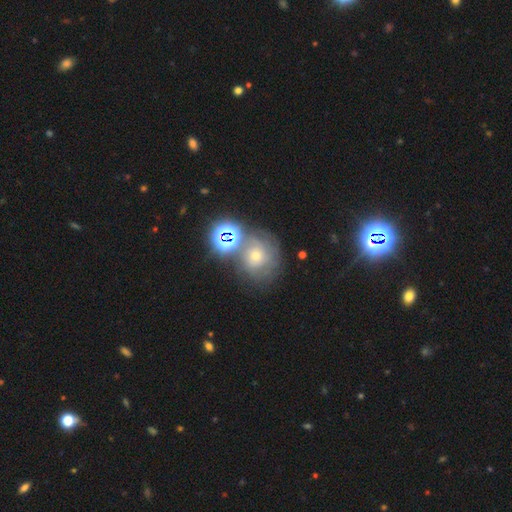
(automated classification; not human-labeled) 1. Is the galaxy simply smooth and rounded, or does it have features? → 36% featured or disk, 35% star or artifact, 29% smooth.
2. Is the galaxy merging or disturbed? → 58% none, 18% merger, 15% minor disturbance, 9% major disturbance.